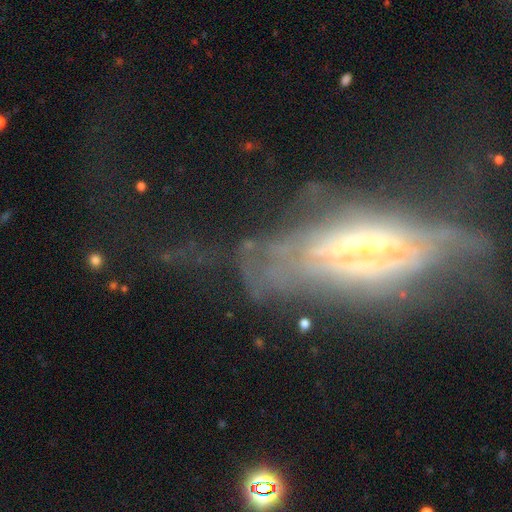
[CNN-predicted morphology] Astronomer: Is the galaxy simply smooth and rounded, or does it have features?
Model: featured or disk — 74%.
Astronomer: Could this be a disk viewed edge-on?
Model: no — 62% (runner-up: yes, 38%).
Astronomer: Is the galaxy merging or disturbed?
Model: none — 39% (runner-up: major disturbance, 37%).